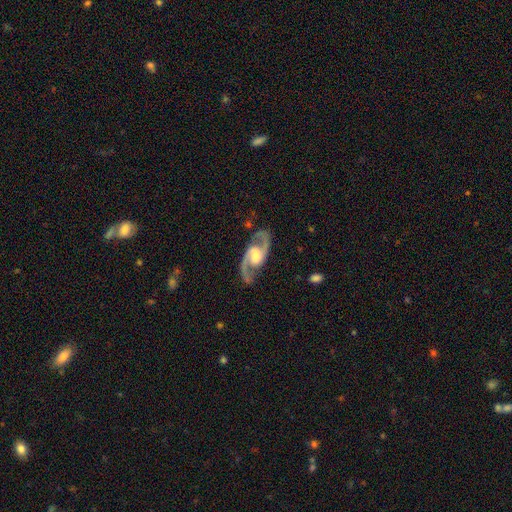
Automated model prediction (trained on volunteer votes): Smooth or featured? featured or disk (93%)
Edge-on disk? no (97%)
Bar? weak (45%)
Spiral arms? yes (98%)
Spiral winding? medium (62%)
Spiral arm count? 2 (95%)
Bulge size? moderate (51%)
Merging? none (84%)